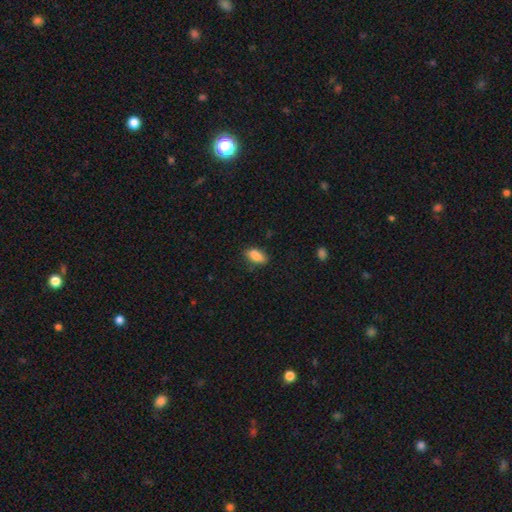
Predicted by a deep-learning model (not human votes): Overall: smooth (86%). How rounded: in between (87%). Merging: none (75%).